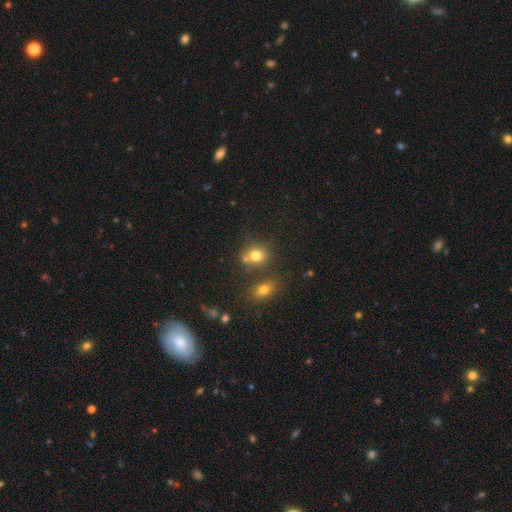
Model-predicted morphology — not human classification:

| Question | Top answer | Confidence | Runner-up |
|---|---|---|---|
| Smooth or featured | smooth | 74% | star or artifact (15%) |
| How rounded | round | 71% | in between (28%) |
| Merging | none | 54% | merger (29%) |